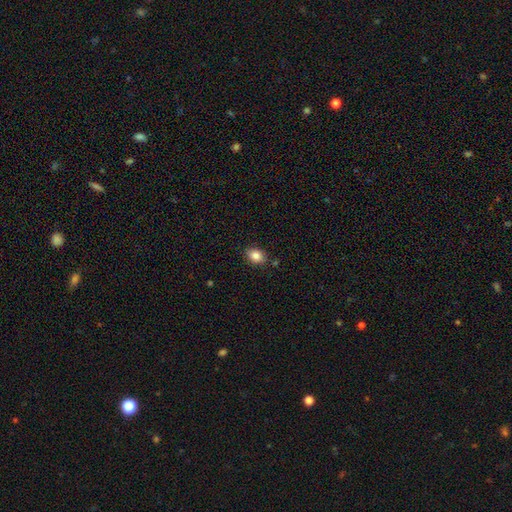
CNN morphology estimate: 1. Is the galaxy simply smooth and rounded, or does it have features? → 84% smooth, 9% star or artifact, 7% featured or disk.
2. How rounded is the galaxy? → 71% in between, 28% round, 1% cigar-shaped.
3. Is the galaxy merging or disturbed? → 83% none, 12% minor disturbance, 3% merger, 2% major disturbance.